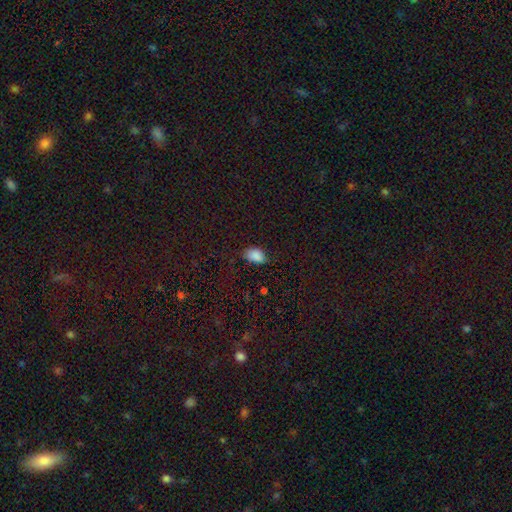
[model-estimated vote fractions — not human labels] A smooth galaxy with no disk features (84%) that is in between round and cigar-shaped (87%). Merging: none (65%).